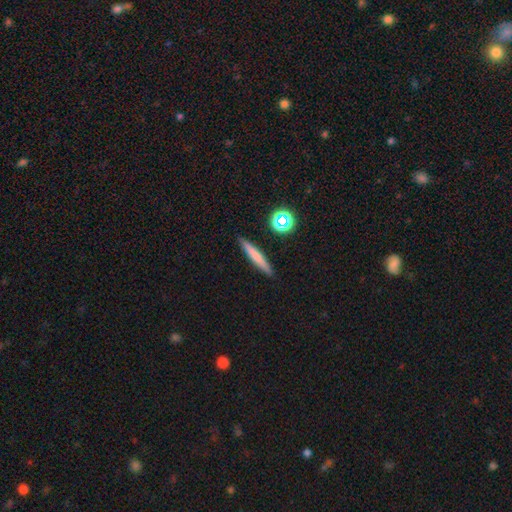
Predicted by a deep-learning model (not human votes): Smooth or featured? smooth (64%)
How rounded? cigar-shaped (93%)
Merging? none (90%)